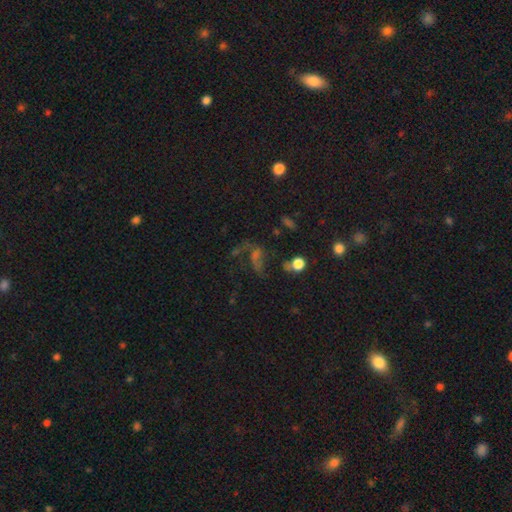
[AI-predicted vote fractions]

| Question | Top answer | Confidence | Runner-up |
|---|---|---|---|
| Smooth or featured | star or artifact | 39% | featured or disk (38%) |